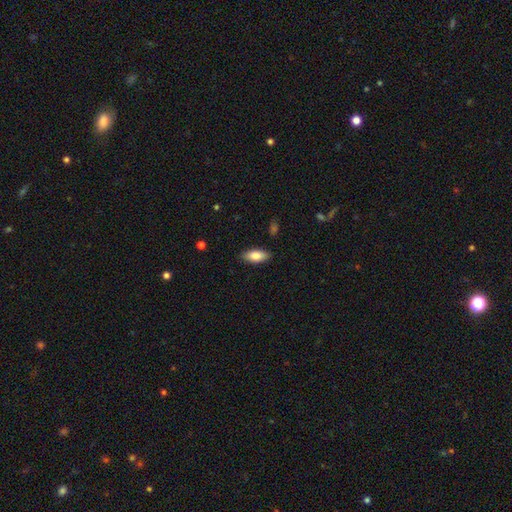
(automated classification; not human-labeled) Smooth or featured: smooth — 83% (featured or disk — 11%)
How rounded: in between — 84% (cigar-shaped — 14%)
Merging: none — 87% (minor disturbance — 10%)